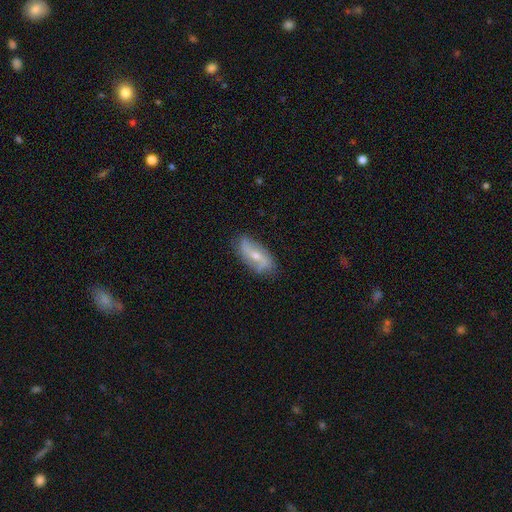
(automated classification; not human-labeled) smooth_or_featured: featured or disk (p=0.69) [alt: smooth p=0.24]
disk_edge_on: no (p=0.90) [alt: yes p=0.10]
bar: weak (p=0.39) [alt: no p=0.34]
has_spiral_arms: yes (p=0.86) [alt: no p=0.14]
spiral_winding: loose (p=0.68) [alt: medium p=0.21]
spiral_arm_count: 2 (p=0.89) [alt: can't tell p=0.06]
bulge_size: small (p=0.49) [alt: moderate p=0.46]
merging: none (p=0.79) [alt: minor disturbance p=0.16]